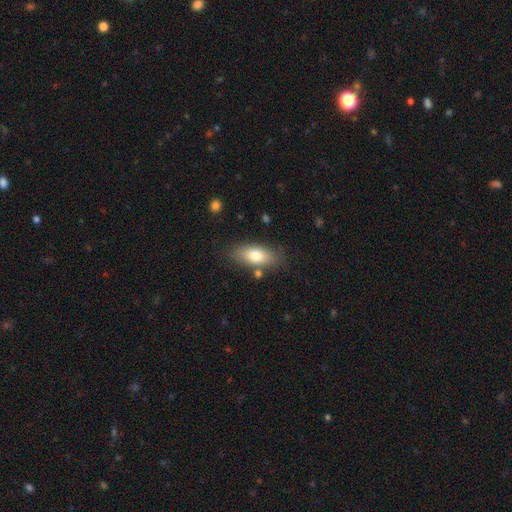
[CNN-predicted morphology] This is likely a smooth galaxy (75%). How rounded: clearly in between (82%). Merging: likely none (79%).